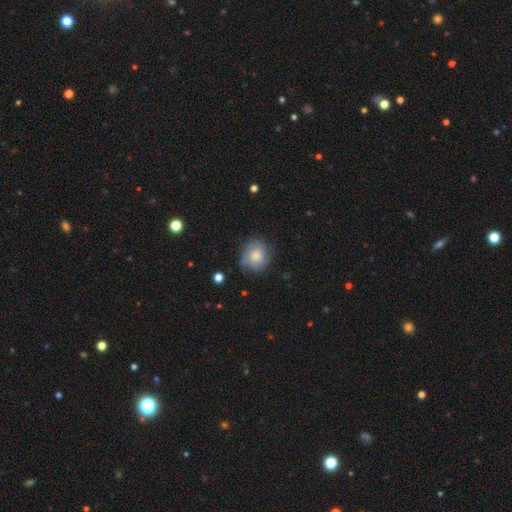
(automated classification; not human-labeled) Smooth or featured?
  - smooth: 58% *
  - featured or disk: 34%
  - star or artifact: 8%
How rounded?
  - round: 77% *
  - in between: 22%
  - cigar-shaped: 1%
Merging?
  - none: 66% *
  - minor disturbance: 24%
  - major disturbance: 8%
  - merger: 2%